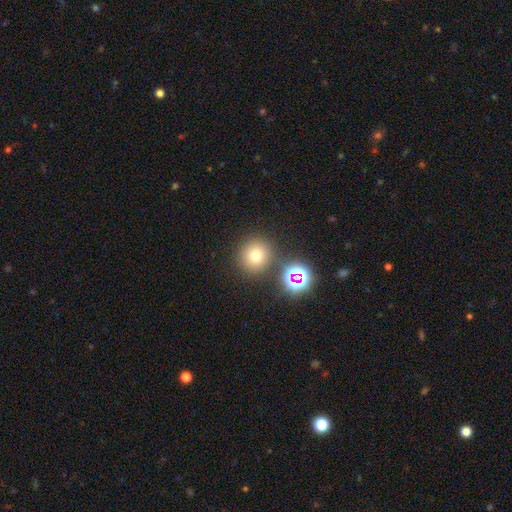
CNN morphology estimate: This is likely a smooth galaxy (71%). How rounded: clearly round (93%). Merging: clearly none (81%).